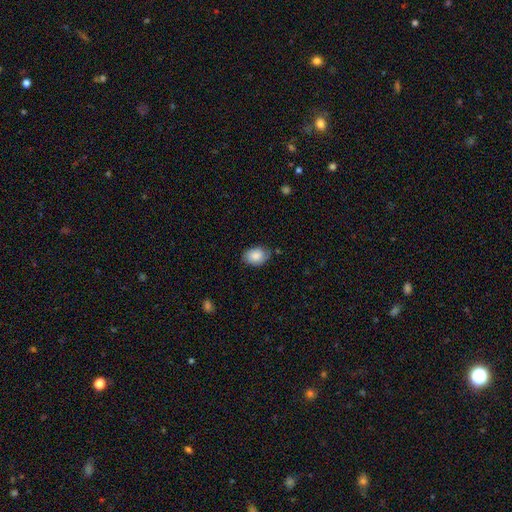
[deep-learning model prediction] Overall: smooth (87%). How rounded: in between (77%). Merging: none (74%).